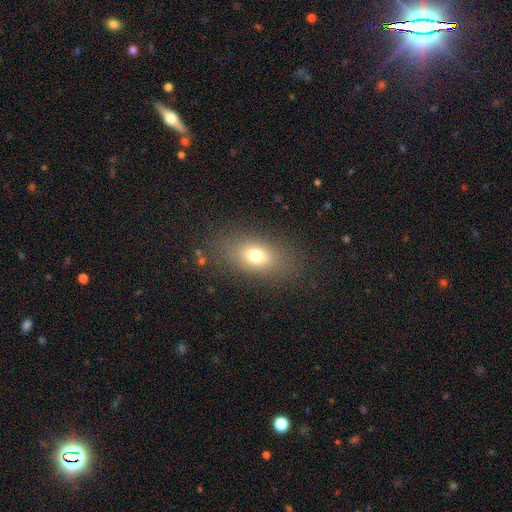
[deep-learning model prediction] smooth-or-featured: smooth: 72% | featured or disk: 15% | star or artifact: 13%
  how-rounded: in between: 78% | round: 18% | cigar-shaped: 4%
  merging: none: 81% | minor disturbance: 11% | major disturbance: 6% | merger: 1%